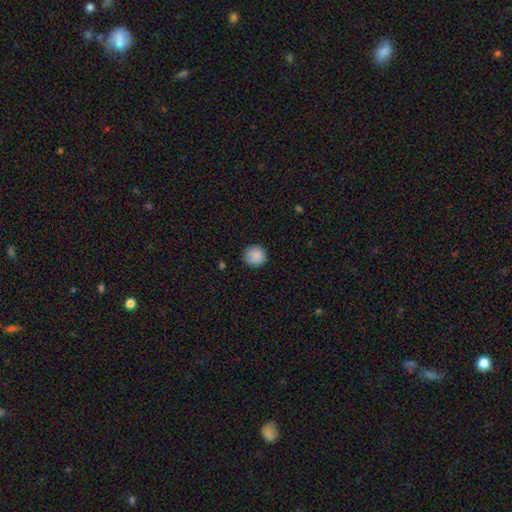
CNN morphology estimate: This appears to be a smooth galaxy with no disk features (88%) that is round (91%). Merging: none (87%).